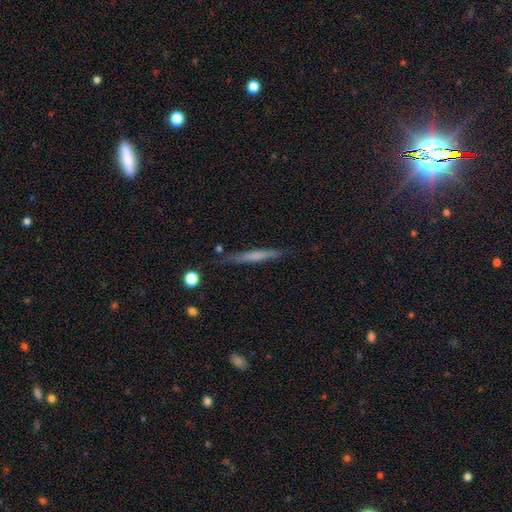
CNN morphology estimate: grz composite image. It shows a smooth galaxy with no disk features (55%) that is cigar-shaped (95%). Merging: none (84%).